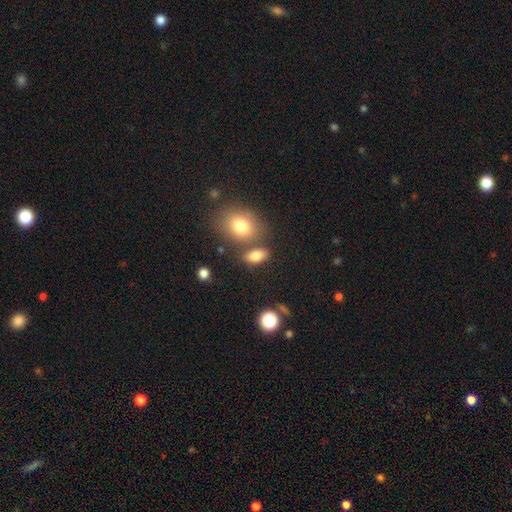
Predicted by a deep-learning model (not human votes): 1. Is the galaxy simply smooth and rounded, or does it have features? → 81% smooth, 10% star or artifact, 9% featured or disk.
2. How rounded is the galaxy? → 84% in between, 11% round, 5% cigar-shaped.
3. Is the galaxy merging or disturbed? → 68% none, 15% merger, 12% minor disturbance, 4% major disturbance.